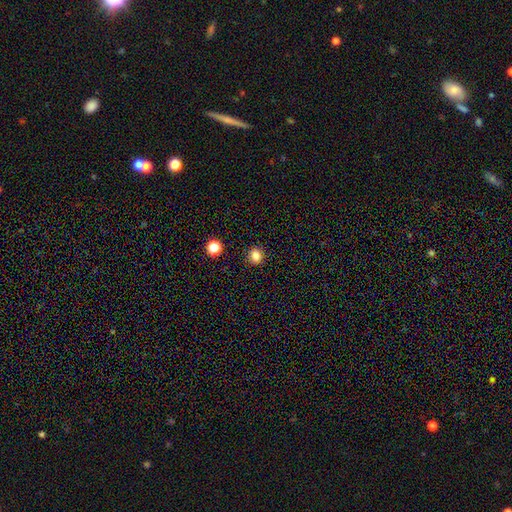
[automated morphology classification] smooth 83%, star or artifact 13%, featured or disk 4%. Down the decision tree: how rounded — round (80%); merging — none (89%).